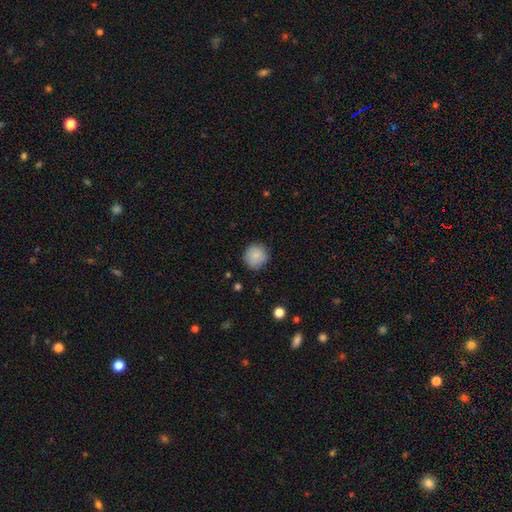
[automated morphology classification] smooth-or-featured: smooth: 86% | star or artifact: 8% | featured or disk: 6%
  how-rounded: round: 92% | in between: 7% | cigar-shaped: 1%
  merging: none: 84% | minor disturbance: 12% | major disturbance: 3% | merger: 1%